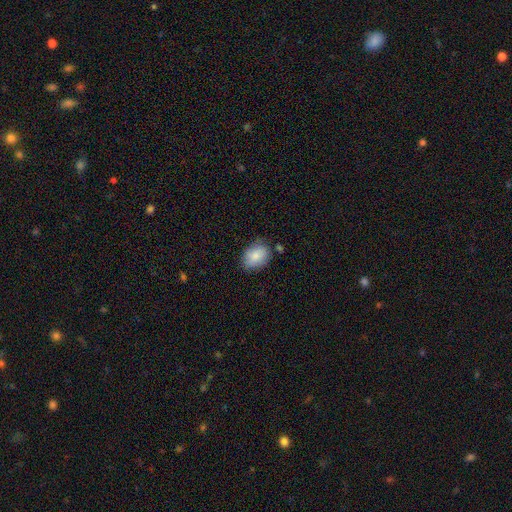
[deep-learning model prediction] Q: Smooth or featured?
A: smooth (85%); runner-up: featured or disk (8%)
Q: How rounded?
A: in between (74%); runner-up: round (25%)
Q: Merging?
A: none (74%); runner-up: minor disturbance (19%)